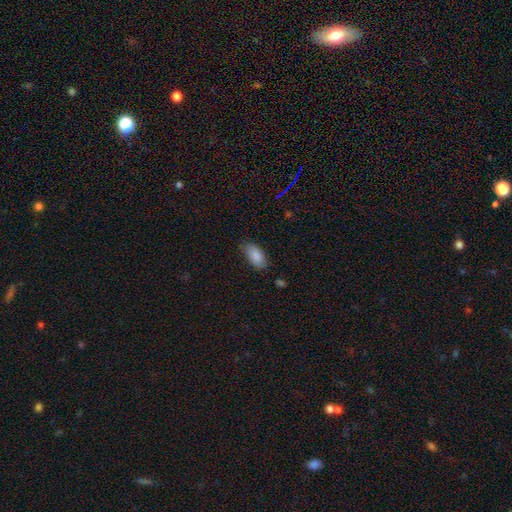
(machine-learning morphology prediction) The model was most divided on "merging": none: 74%, minor disturbance: 21%, major disturbance: 4%, merger: 1%. More confident: how rounded — in between (91%); smooth or featured — smooth (87%).